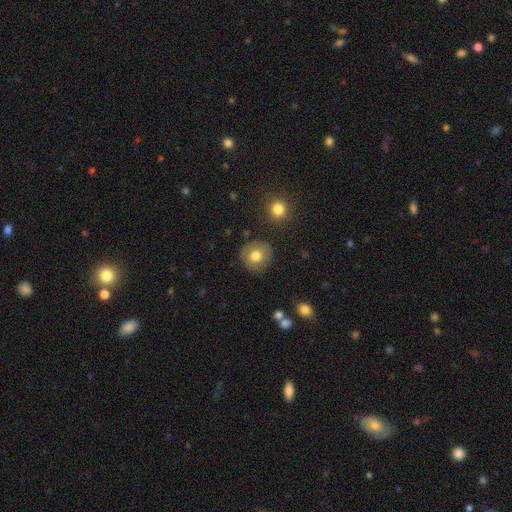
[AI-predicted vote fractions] Smooth or featured? smooth (73%)
How rounded? round (91%)
Merging? none (86%)